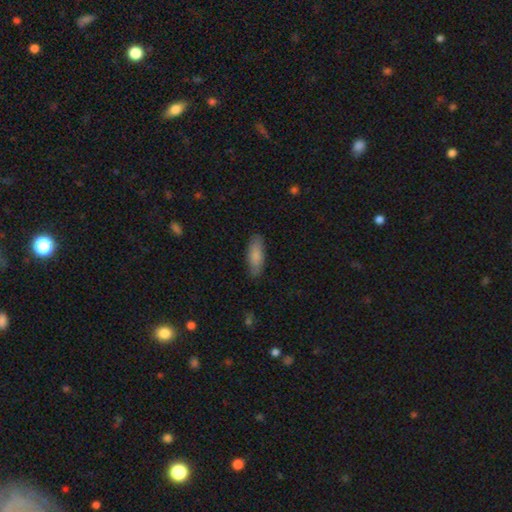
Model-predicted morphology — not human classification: The model was most divided on "how rounded": in between: 67%, cigar-shaped: 31%, round: 2%. More confident: merging — none (84%); smooth or featured — smooth (83%).